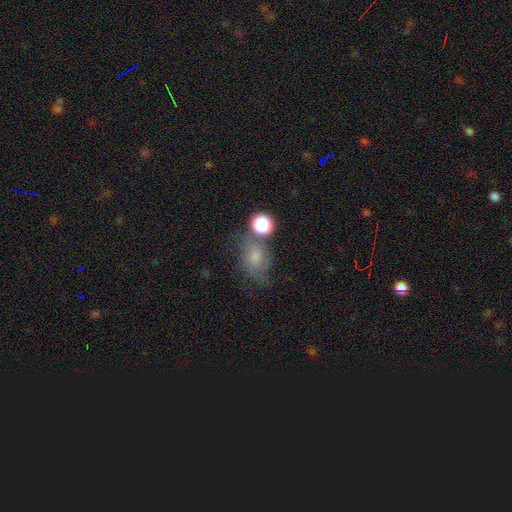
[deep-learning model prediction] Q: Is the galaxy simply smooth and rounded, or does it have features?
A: smooth — 50%.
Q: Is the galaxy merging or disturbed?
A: none — 51%.